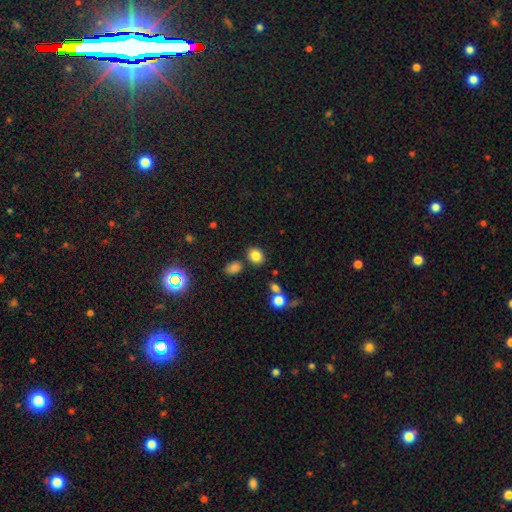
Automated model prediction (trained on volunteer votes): smooth 83%, star or artifact 11%, featured or disk 6%. Down the decision tree: how rounded — round (52%); merging — none (78%).